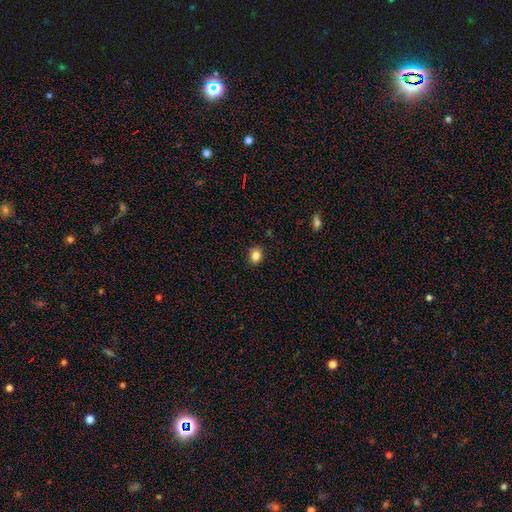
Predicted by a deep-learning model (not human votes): Smooth or featured: smooth — 84% (star or artifact — 11%)
How rounded: round — 56% (in between — 43%)
Merging: none — 87% (minor disturbance — 10%)